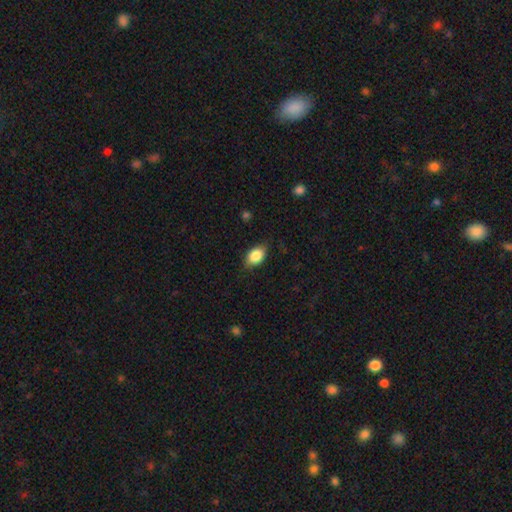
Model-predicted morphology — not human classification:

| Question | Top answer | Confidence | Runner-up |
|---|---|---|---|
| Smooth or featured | smooth | 84% | featured or disk (8%) |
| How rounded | in between | 84% | round (14%) |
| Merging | none | 79% | minor disturbance (17%) |